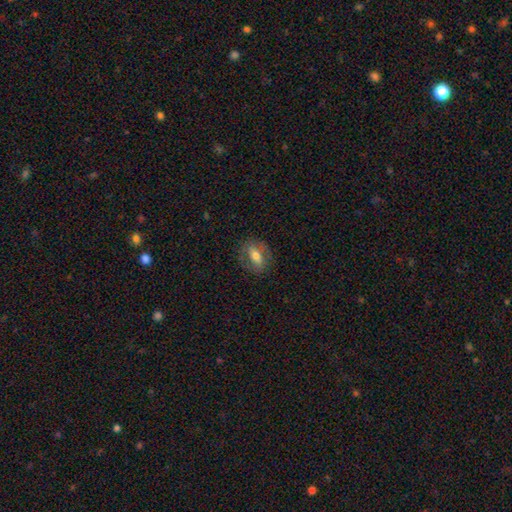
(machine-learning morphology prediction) smooth 50%, featured or disk 42%, star or artifact 8%. Down the decision tree: merging — none (79%).